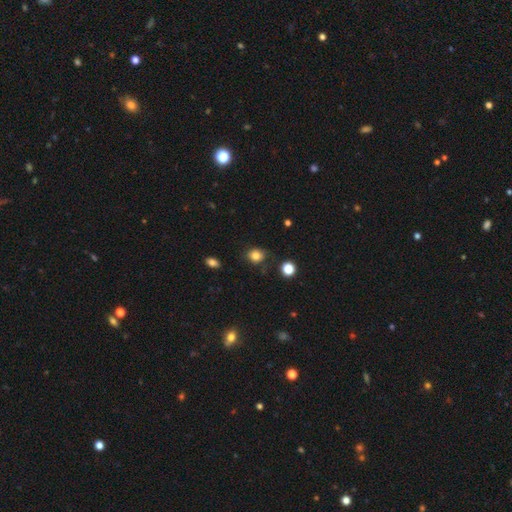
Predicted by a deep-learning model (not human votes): The model was most divided on "how rounded": round: 69%, in between: 30%, cigar-shaped: 1%. More confident: smooth or featured — smooth (81%); merging — none (73%).